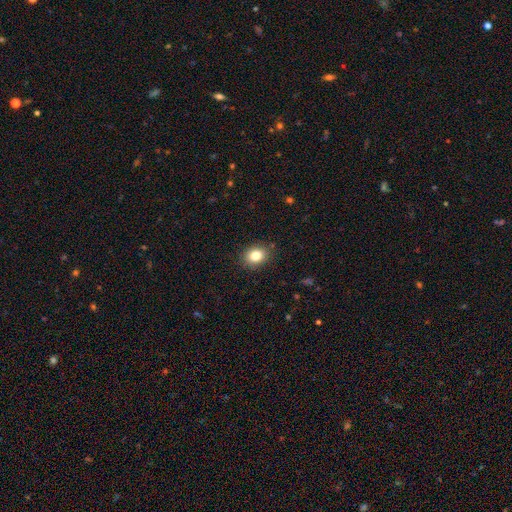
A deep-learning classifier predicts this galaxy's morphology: Overall: smooth (83%). How rounded: in between (57%; round 42%). Merging: none (87%).